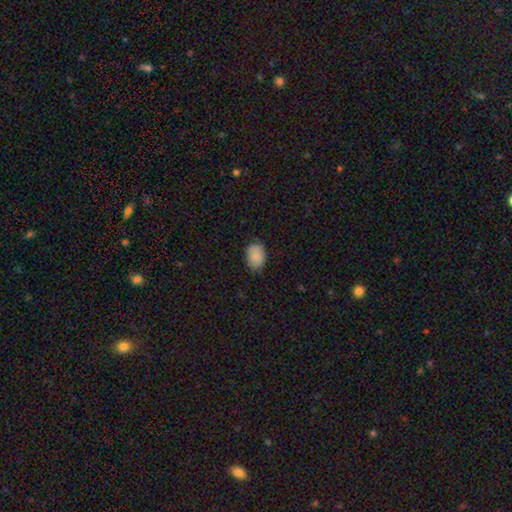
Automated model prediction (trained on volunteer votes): Overall: smooth (86%). How rounded: in between (83%). Merging: none (79%).